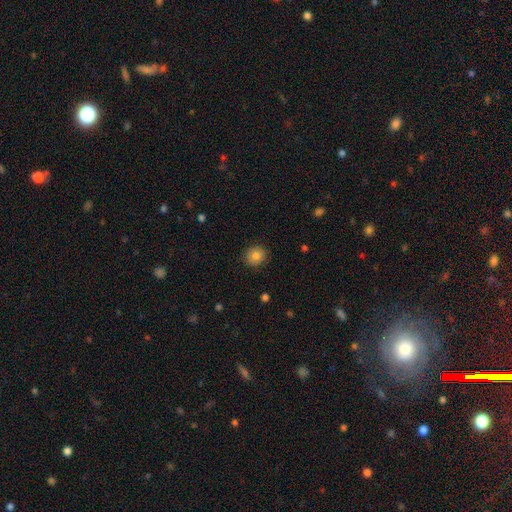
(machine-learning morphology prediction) Q: Smooth or featured?
A: smooth (83%); runner-up: star or artifact (10%)
Q: How rounded?
A: round (83%); runner-up: in between (16%)
Q: Merging?
A: none (89%); runner-up: minor disturbance (8%)